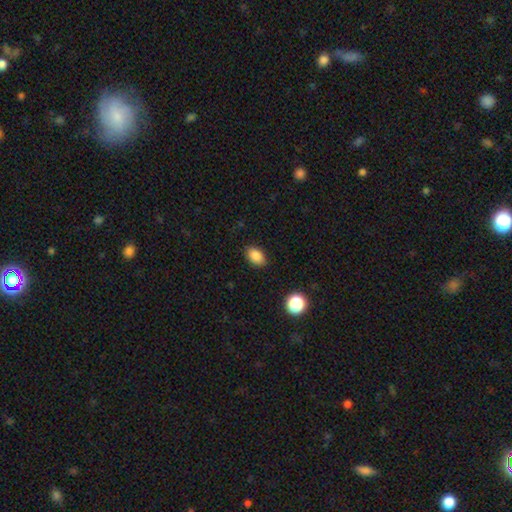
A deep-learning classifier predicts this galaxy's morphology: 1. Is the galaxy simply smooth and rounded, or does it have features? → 86% smooth, 9% star or artifact, 4% featured or disk.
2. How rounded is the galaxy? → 86% in between, 12% round, 1% cigar-shaped.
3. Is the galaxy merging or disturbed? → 86% none, 10% minor disturbance, 2% major disturbance, 1% merger.